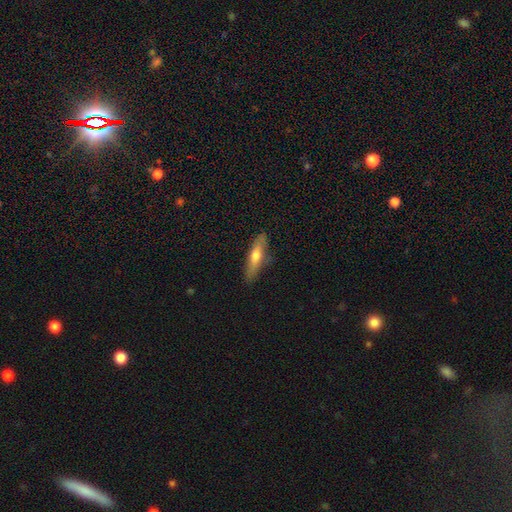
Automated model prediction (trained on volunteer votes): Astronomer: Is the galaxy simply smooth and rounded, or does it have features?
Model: smooth — 55% (runner-up: featured or disk, 39%).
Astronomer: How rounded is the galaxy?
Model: cigar-shaped — 72%.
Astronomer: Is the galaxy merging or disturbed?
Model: none — 80%.